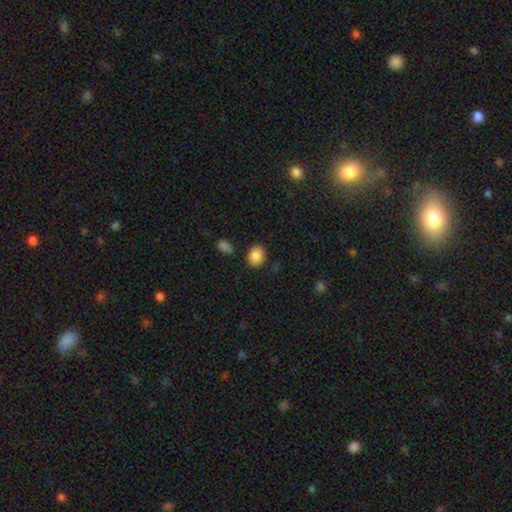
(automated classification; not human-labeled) smooth 86%, star or artifact 8%, featured or disk 5%. Down the decision tree: how rounded — round (56%); merging — none (84%).